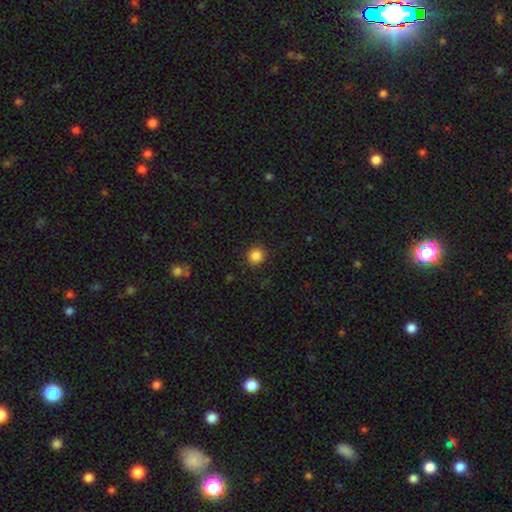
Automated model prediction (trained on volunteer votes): Smooth or featured: smooth — 86% (star or artifact — 11%)
How rounded: round — 92% (in between — 7%)
Merging: none — 90% (minor disturbance — 7%)